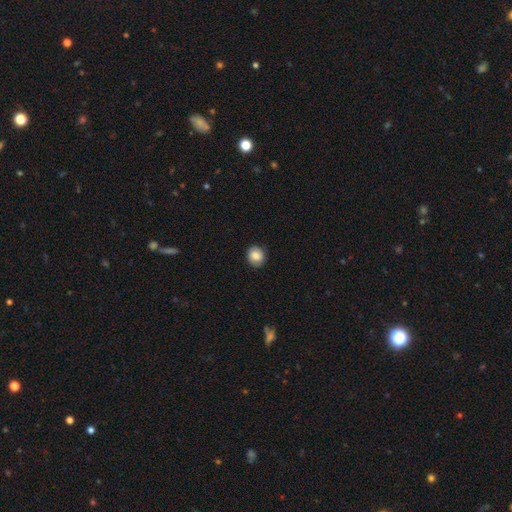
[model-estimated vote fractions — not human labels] smooth_or_featured: smooth (p=0.79) [alt: featured or disk p=0.13]
how_rounded: round (p=0.79) [alt: in between p=0.21]
merging: none (p=0.86) [alt: minor disturbance p=0.10]